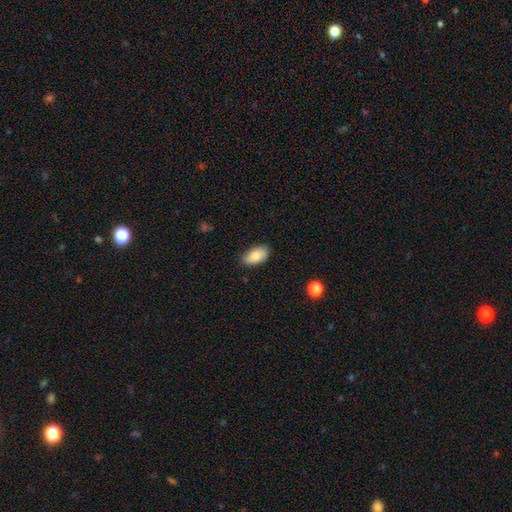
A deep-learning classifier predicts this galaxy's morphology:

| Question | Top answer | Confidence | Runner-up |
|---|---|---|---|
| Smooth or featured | smooth | 84% | featured or disk (9%) |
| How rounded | in between | 93% | round (4%) |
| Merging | none | 80% | minor disturbance (16%) |